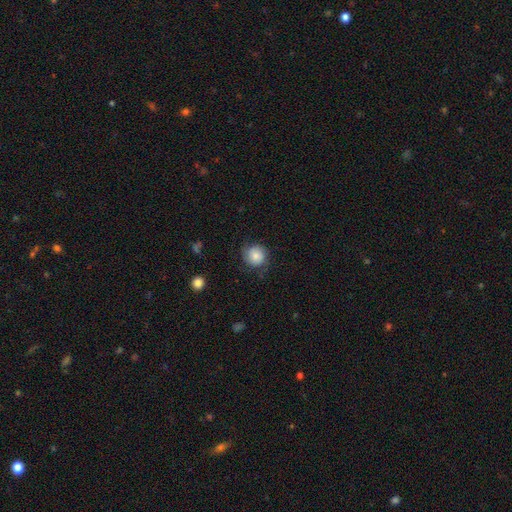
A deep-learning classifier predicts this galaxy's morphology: A smooth galaxy with no disk features (75%) that is round (90%). Merging: none (69%).